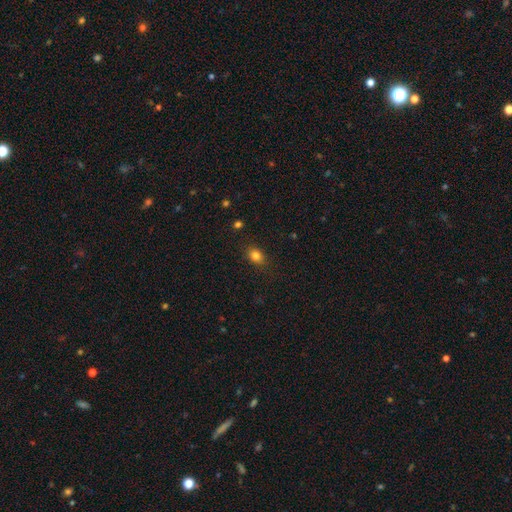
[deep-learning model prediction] Smooth or featured? Predicted: smooth (p=0.81). How rounded? Predicted: in between (p=0.56). Merging? Predicted: none (p=0.85).